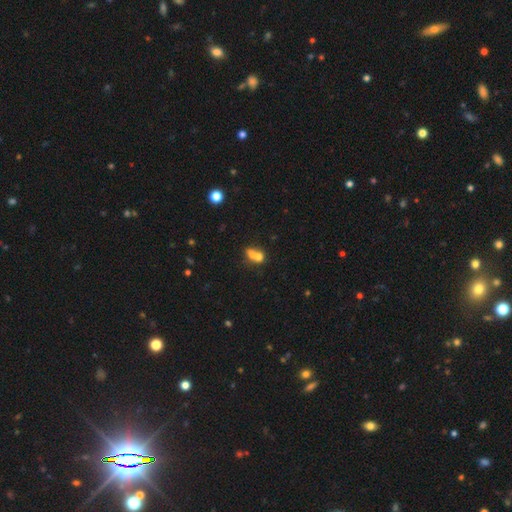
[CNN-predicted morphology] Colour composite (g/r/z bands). It shows a smooth galaxy with no disk features (67%) that is round (49%). Merging: merger (65%).